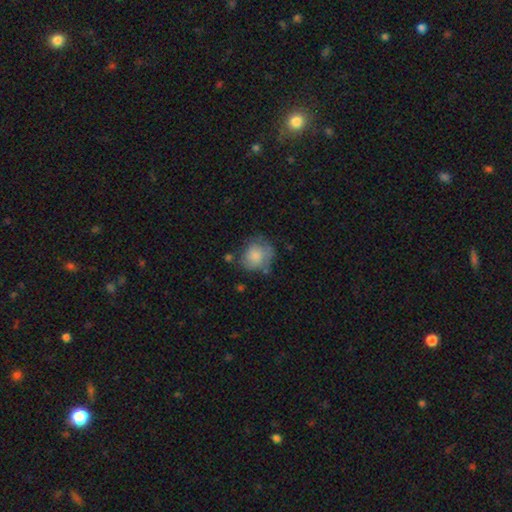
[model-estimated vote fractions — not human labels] Q: Smooth or featured?
A: smooth (75%); runner-up: featured or disk (18%)
Q: How rounded?
A: round (75%); runner-up: in between (24%)
Q: Merging?
A: none (52%); runner-up: minor disturbance (29%)